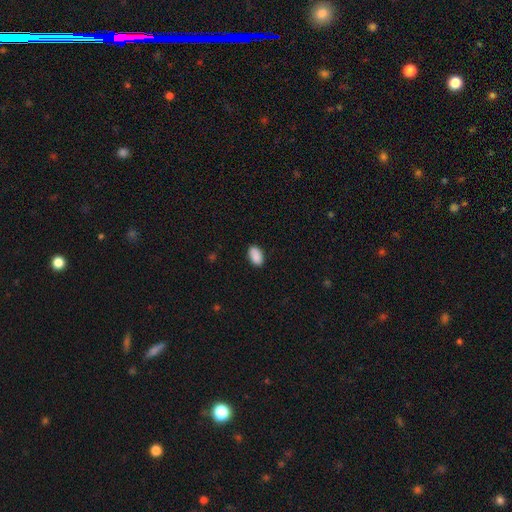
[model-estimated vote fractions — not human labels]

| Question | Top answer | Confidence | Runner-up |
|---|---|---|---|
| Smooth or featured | smooth | 90% | star or artifact (7%) |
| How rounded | in between | 94% | round (4%) |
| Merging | none | 88% | minor disturbance (9%) |